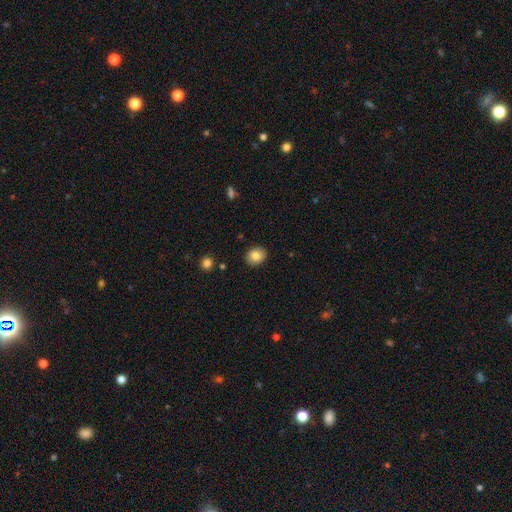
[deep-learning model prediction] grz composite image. It shows a smooth galaxy with no disk features (83%) that is round (55%). Merging: none (89%).